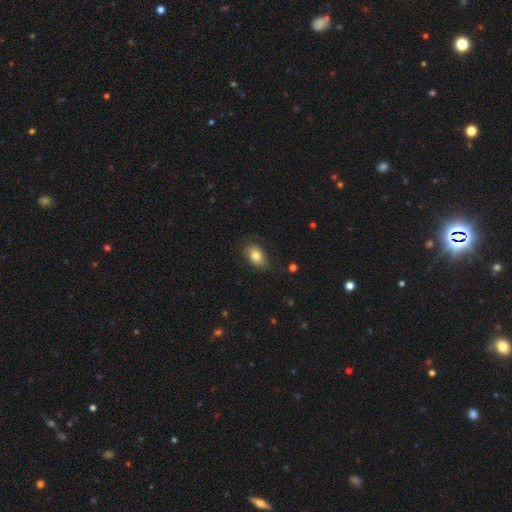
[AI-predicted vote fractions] A smooth galaxy with no disk features (81%) that is in between round and cigar-shaped (85%).

Vote fractions:
- Smooth or featured? smooth: 81% / featured or disk: 11% / star or artifact: 8%
- How rounded? in between: 85% / round: 13% / cigar-shaped: 2%
- Merging? none: 76% / minor disturbance: 19% / major disturbance: 4% / merger: 1%